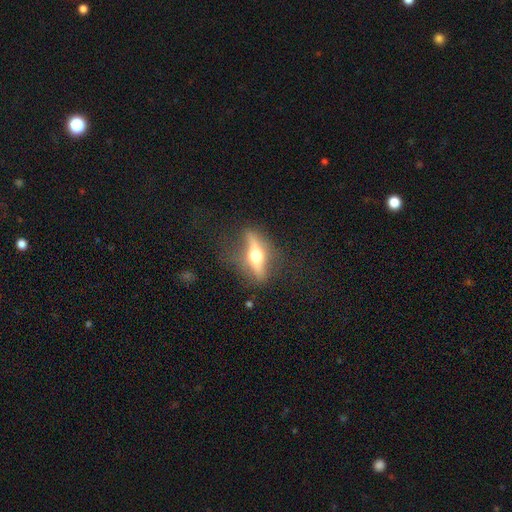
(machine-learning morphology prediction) This appears to be a featured or disk galaxy (71%) viewed edge-on (86%) with a rounded central bulge (96%). Merging: none (78%).